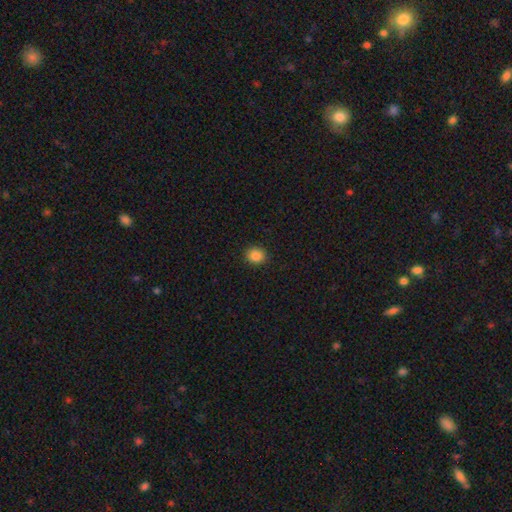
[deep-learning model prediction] Smooth or featured? smooth (86%)
How rounded? round (76%)
Merging? none (90%)